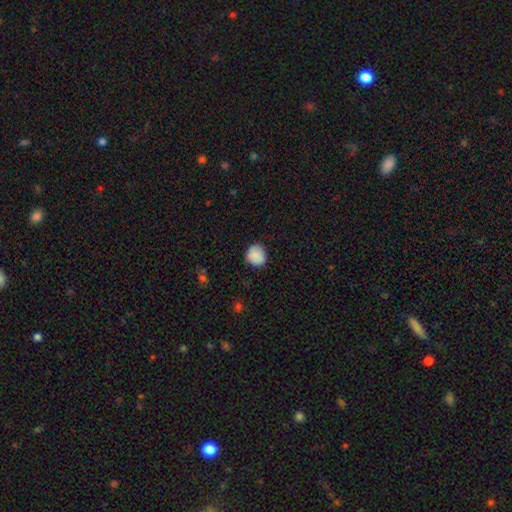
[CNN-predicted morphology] Smooth or featured? smooth (86%)
How rounded? round (78%)
Merging? none (78%)